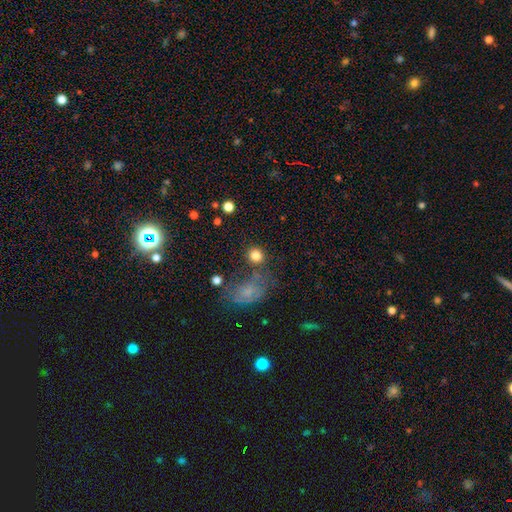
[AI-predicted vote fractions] A smooth galaxy with no disk features (83%) that is round (85%).

Vote fractions:
- Smooth or featured? smooth: 83% / star or artifact: 10% / featured or disk: 7%
- How rounded? round: 85% / in between: 14% / cigar-shaped: 1%
- Merging? none: 72% / minor disturbance: 11% / merger: 10% / major disturbance: 6%